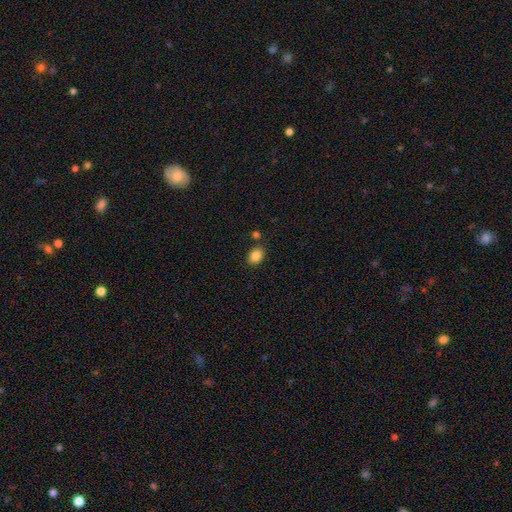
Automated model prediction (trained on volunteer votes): A smooth galaxy with no disk features (86%) that is in between round and cigar-shaped (66%). Merging: none (82%).